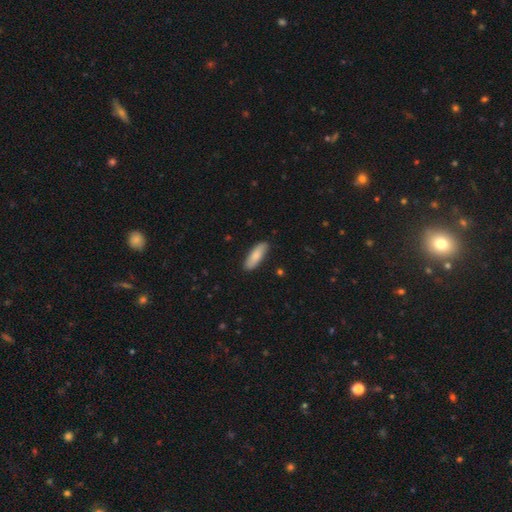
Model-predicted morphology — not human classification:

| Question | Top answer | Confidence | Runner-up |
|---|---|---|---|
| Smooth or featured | smooth | 84% | featured or disk (11%) |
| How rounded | in between | 56% | cigar-shaped (42%) |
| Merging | none | 87% | minor disturbance (10%) |